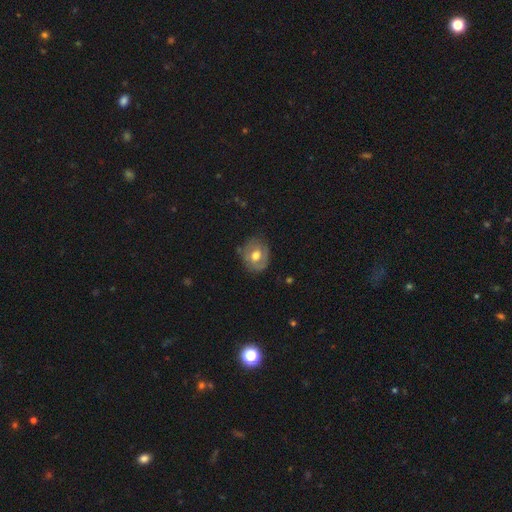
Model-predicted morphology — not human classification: The model was most divided on "smooth or featured": featured or disk: 50%, smooth: 43%, star or artifact: 7%. More confident: merging — none (70%).